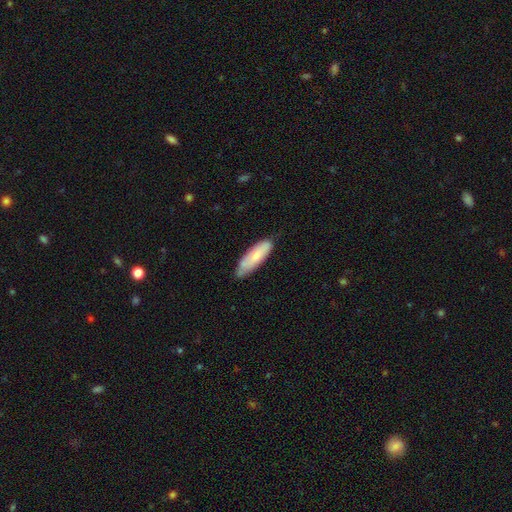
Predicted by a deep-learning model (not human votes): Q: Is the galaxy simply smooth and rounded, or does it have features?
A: smooth — 72%.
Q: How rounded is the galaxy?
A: in between — 54%.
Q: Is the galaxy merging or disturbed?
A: none — 66%.